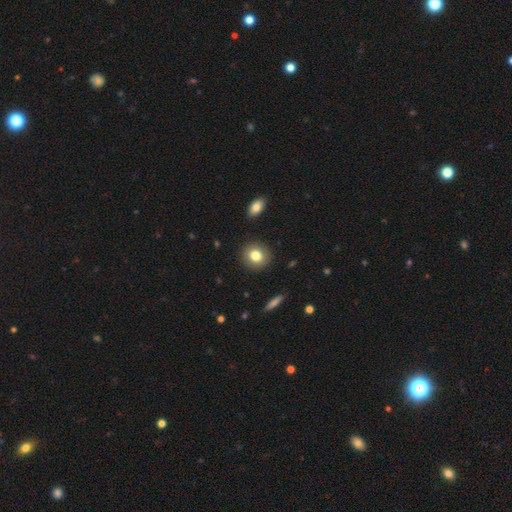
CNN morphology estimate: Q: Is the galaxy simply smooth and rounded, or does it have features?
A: smooth — 81%.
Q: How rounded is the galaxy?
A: round — 84%.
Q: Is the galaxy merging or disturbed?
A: none — 90%.